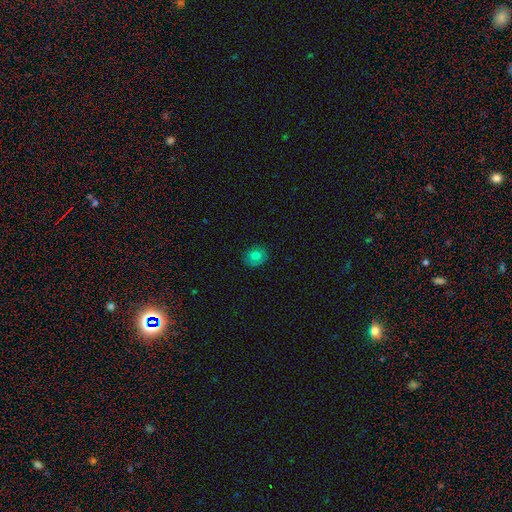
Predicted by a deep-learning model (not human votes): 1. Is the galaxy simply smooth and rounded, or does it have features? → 74% smooth, 14% featured or disk, 12% star or artifact.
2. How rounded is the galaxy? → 58% round, 42% in between, 1% cigar-shaped.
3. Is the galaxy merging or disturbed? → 83% none, 13% minor disturbance, 3% major disturbance, 1% merger.